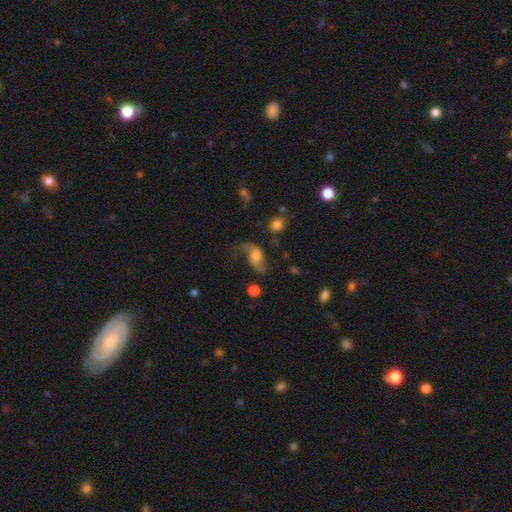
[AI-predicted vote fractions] Overall: featured or disk (77%). Edge-on disk: no (95%). Bar: no (64%; weak 30%). Spiral arms: yes (94%). Spiral arm count: 2 (91%). Spiral winding: loose (87%). Bulge size: moderate (42%; small 25%). Merging: none (59%; minor disturbance 20%).